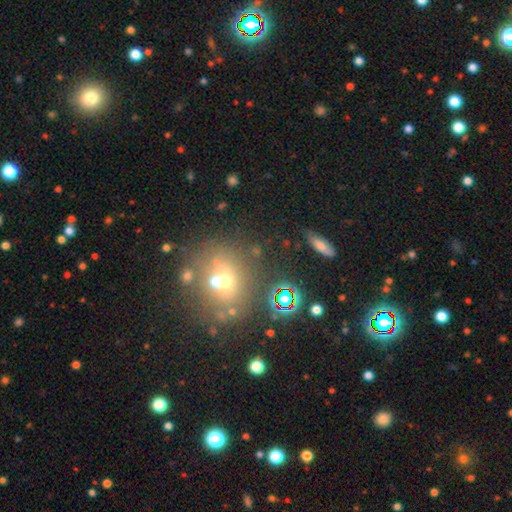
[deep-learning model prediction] Smooth or featured? smooth (38%)
Merging? none (67%)